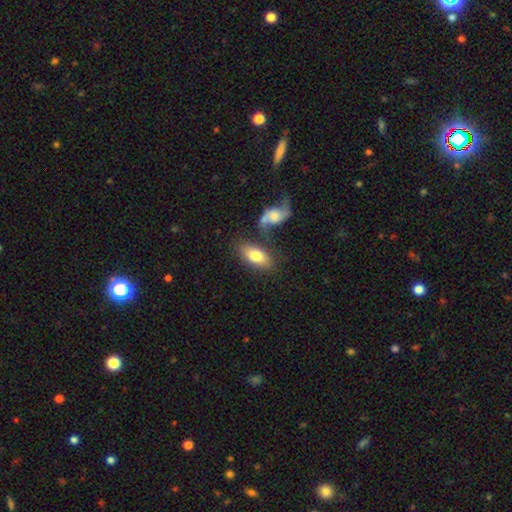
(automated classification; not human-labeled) This is likely a smooth galaxy (75%). How rounded: clearly in between (91%). Merging: likely none (67%).